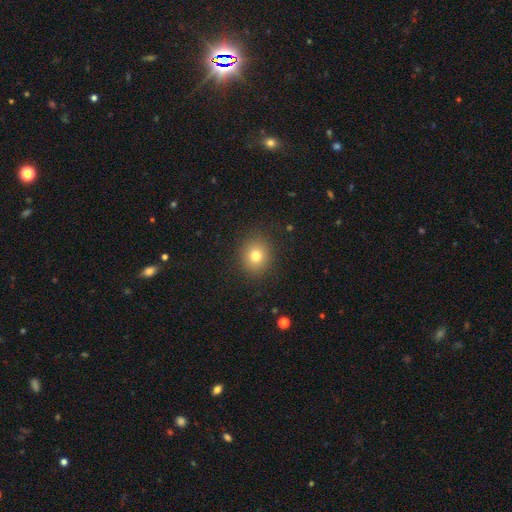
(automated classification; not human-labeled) This is likely a smooth galaxy (77%). How rounded: likely round (79%). Merging: clearly none (89%).